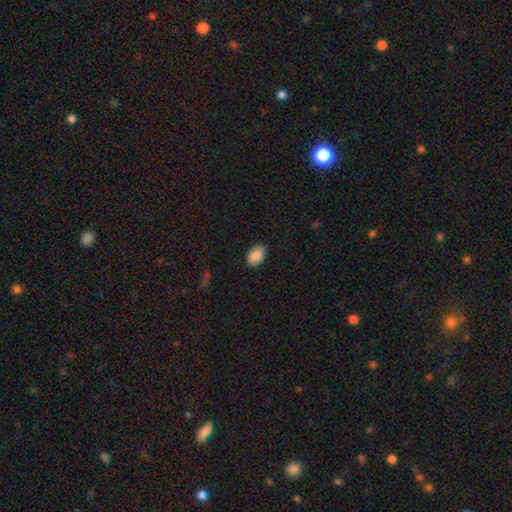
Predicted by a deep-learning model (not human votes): A smooth galaxy with no disk features (88%) that is in between round and cigar-shaped (89%). Merging: none (86%).